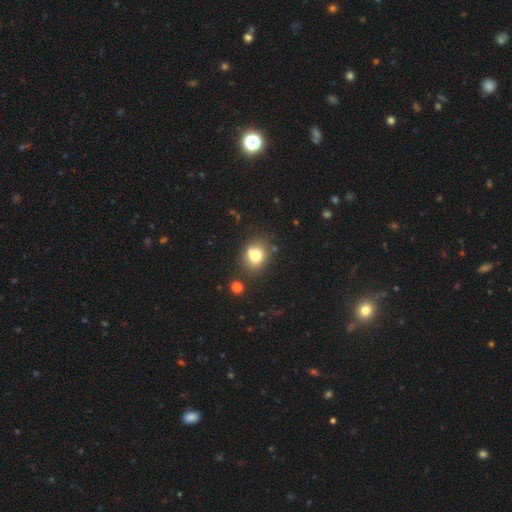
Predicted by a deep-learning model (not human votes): A smooth galaxy with no disk features (72%) that is round (59%). Merging: none (59%).